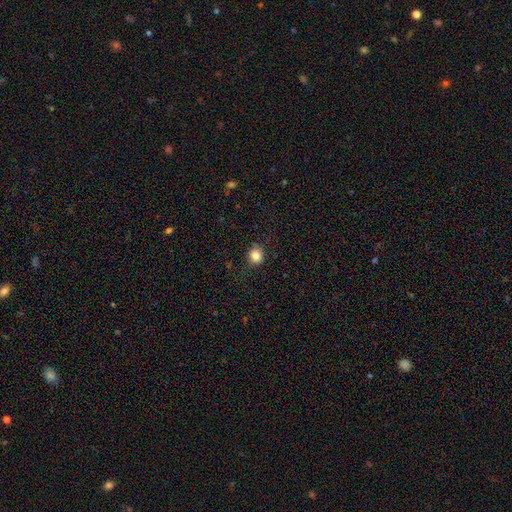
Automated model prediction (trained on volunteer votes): A smooth galaxy with no disk features (83%) that is round (80%).

Vote fractions:
- Smooth or featured? smooth: 83% / star or artifact: 11% / featured or disk: 6%
- How rounded? round: 80% / in between: 20% / cigar-shaped: 1%
- Merging? none: 79% / minor disturbance: 15% / major disturbance: 4% / merger: 1%